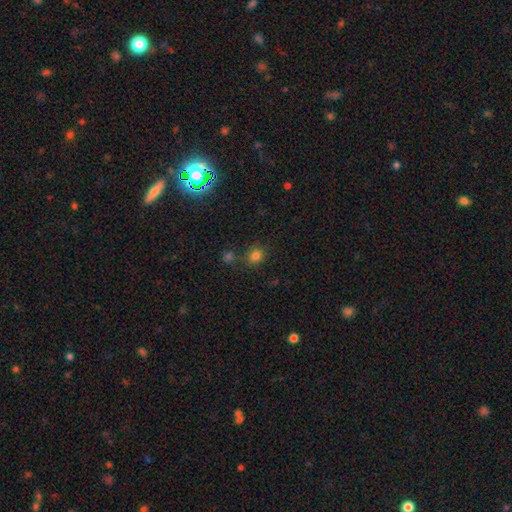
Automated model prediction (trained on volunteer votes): Q: Smooth or featured?
A: smooth (79%); runner-up: star or artifact (16%)
Q: How rounded?
A: round (78%); runner-up: in between (21%)
Q: Merging?
A: none (75%); runner-up: merger (11%)